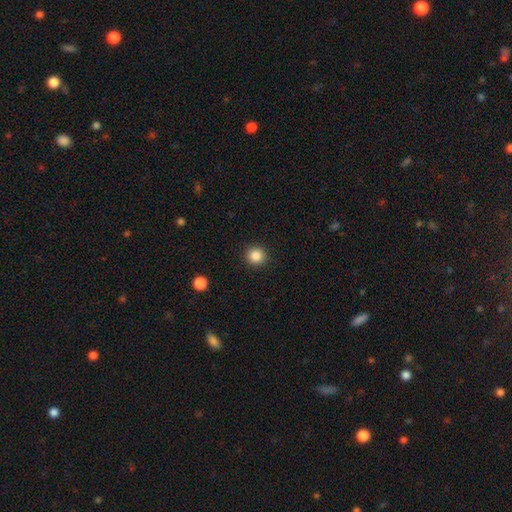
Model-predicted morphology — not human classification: smooth_or_featured: smooth (p=0.86) [alt: star or artifact p=0.10]
how_rounded: round (p=0.94) [alt: in between p=0.05]
merging: none (p=0.93) [alt: minor disturbance p=0.05]